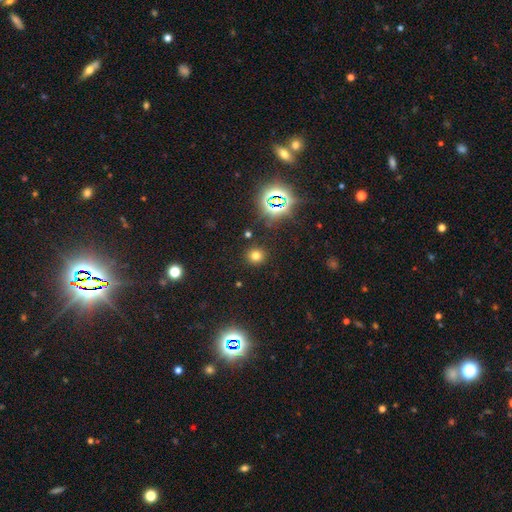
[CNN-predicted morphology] type=smooth (69%); roundness=round (89%); merging=none (89%).